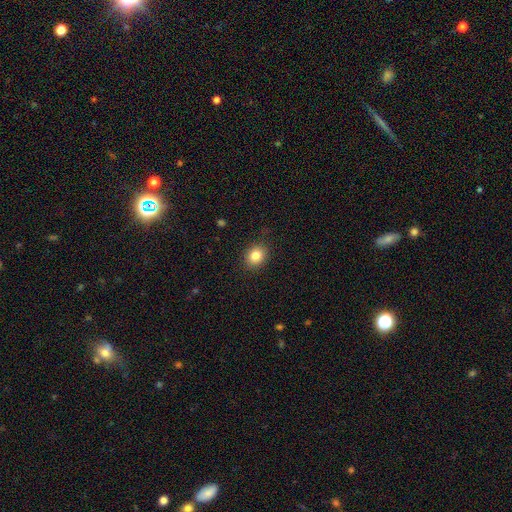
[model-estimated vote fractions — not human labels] Smooth or featured? Predicted: smooth (p=0.83). How rounded? Predicted: round (p=0.61). Merging? Predicted: none (p=0.88).